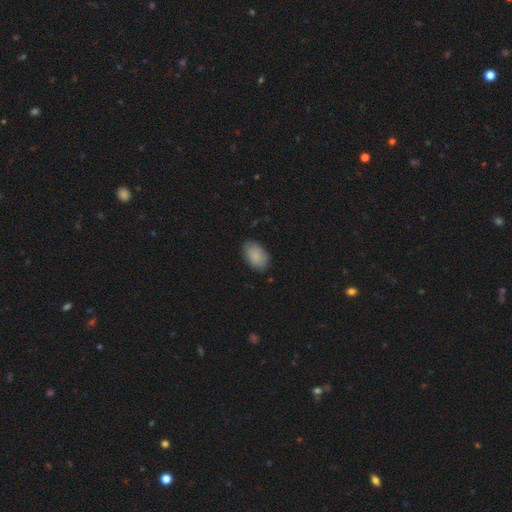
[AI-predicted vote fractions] A smooth galaxy with no disk features (87%) that is in between round and cigar-shaped (91%). Merging: none (79%).